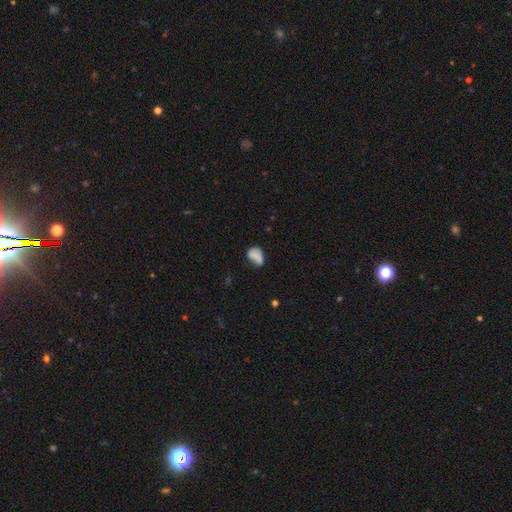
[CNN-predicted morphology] Q: Smooth or featured?
A: smooth (67%); runner-up: featured or disk (22%)
Q: How rounded?
A: in between (74%); runner-up: round (24%)
Q: Merging?
A: none (40%); runner-up: minor disturbance (32%)